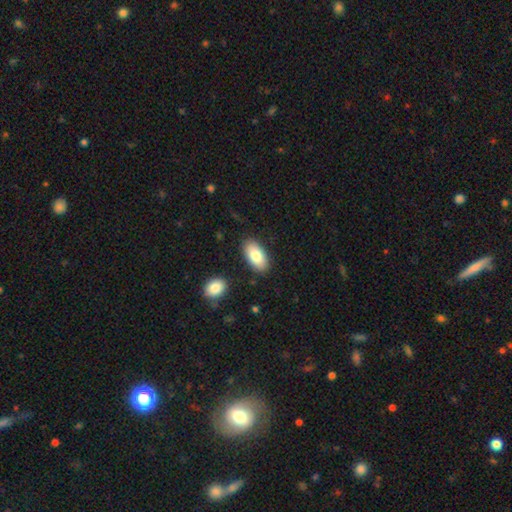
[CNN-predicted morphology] type=smooth (83%); roundness=in between (94%); merging=none (85%).